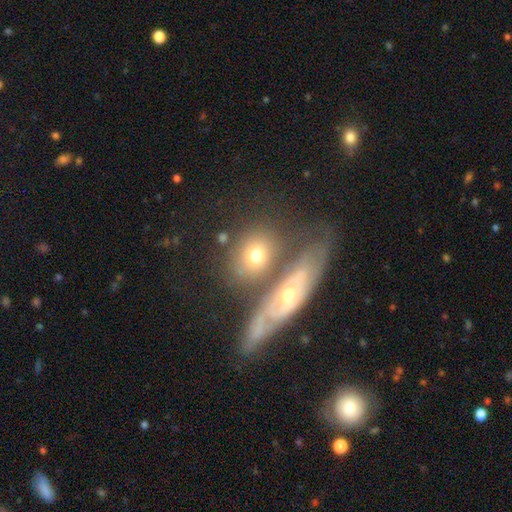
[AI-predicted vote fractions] Smooth or featured?
  - smooth: 56% *
  - featured or disk: 35%
  - star or artifact: 9%
How rounded?
  - round: 52% *
  - in between: 42%
  - cigar-shaped: 6%
Merging?
  - none: 54% *
  - merger: 25%
  - minor disturbance: 15%
  - major disturbance: 7%